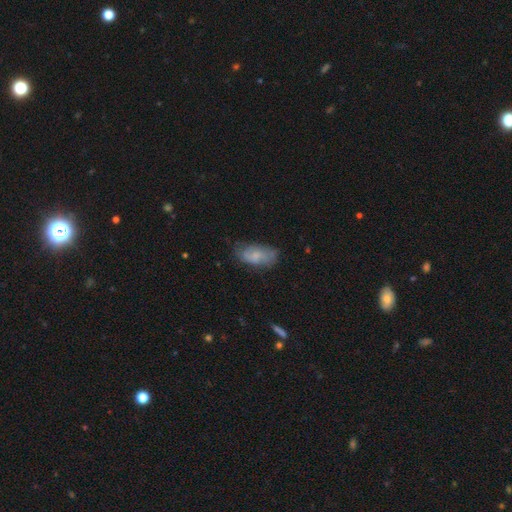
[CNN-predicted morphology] smooth_or_featured: smooth (p=0.60) [alt: featured or disk p=0.33]
how_rounded: in between (p=0.90) [alt: cigar-shaped p=0.07]
merging: none (p=0.63) [alt: minor disturbance p=0.27]